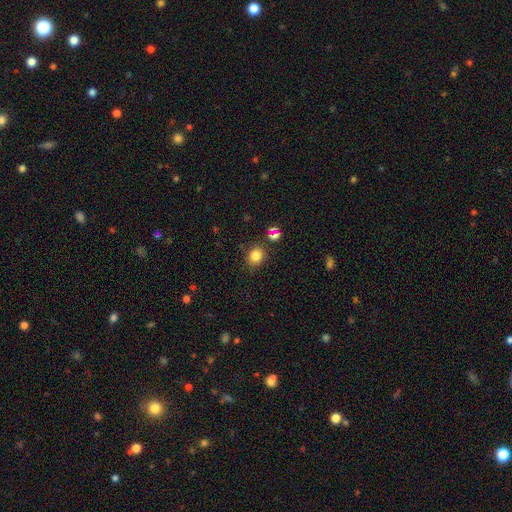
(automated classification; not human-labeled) Smooth or featured? Predicted: smooth (p=0.82). How rounded? Predicted: round (p=0.65). Merging? Predicted: none (p=0.82).